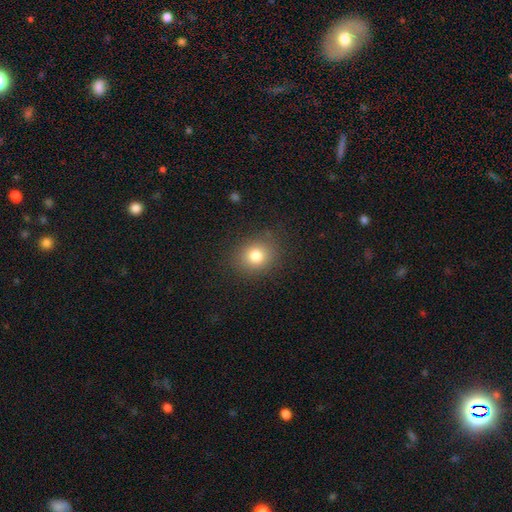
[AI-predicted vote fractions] Smooth or featured?
  - smooth: 79% *
  - star or artifact: 13%
  - featured or disk: 9%
How rounded?
  - round: 73% *
  - in between: 26%
  - cigar-shaped: 1%
Merging?
  - none: 86% *
  - minor disturbance: 10%
  - major disturbance: 4%
  - merger: 1%